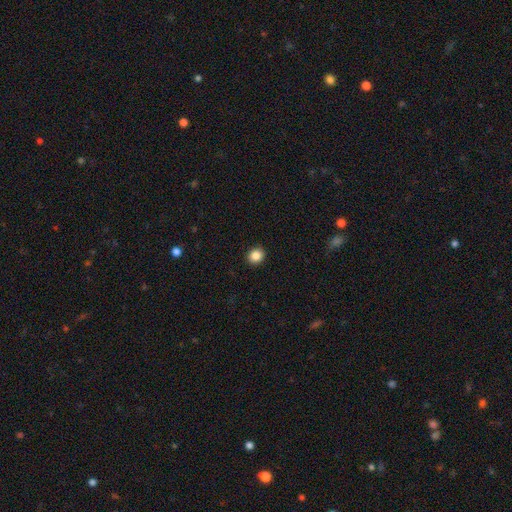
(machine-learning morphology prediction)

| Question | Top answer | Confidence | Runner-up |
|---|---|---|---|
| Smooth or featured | smooth | 86% | star or artifact (10%) |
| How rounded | round | 79% | in between (20%) |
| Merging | none | 92% | minor disturbance (5%) |